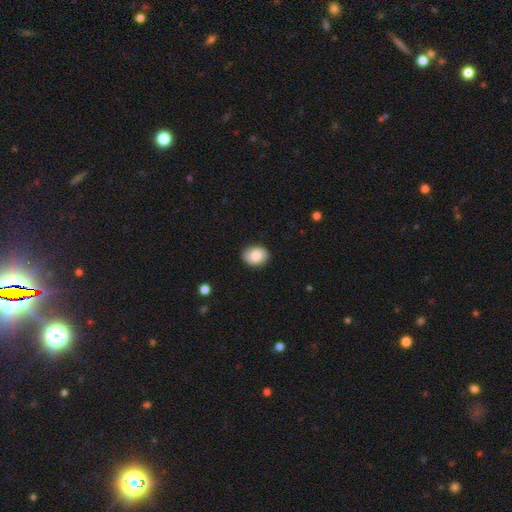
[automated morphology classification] A smooth galaxy with no disk features (82%) that is in between round and cigar-shaped (59%). Merging: none (87%).